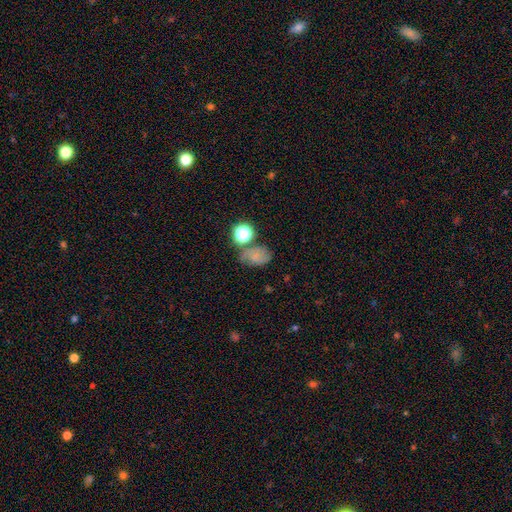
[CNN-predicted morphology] A smooth galaxy with no disk features (59%) that is in between round and cigar-shaped (68%). Merging: none (52%).